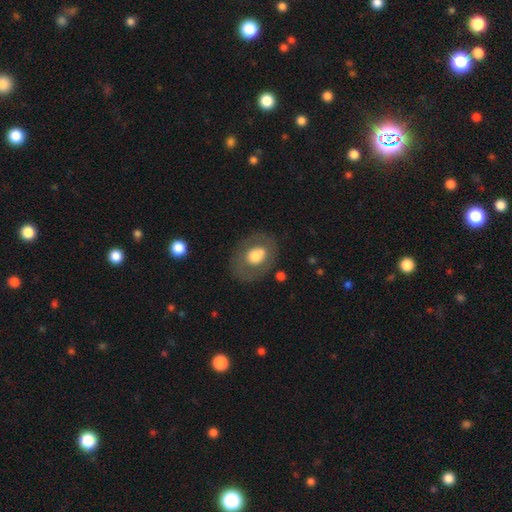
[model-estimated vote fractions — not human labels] The model was most divided on "smooth or featured": smooth: 59%, featured or disk: 34%, star or artifact: 7%. More confident: merging — none (75%); how rounded — in between (63%).